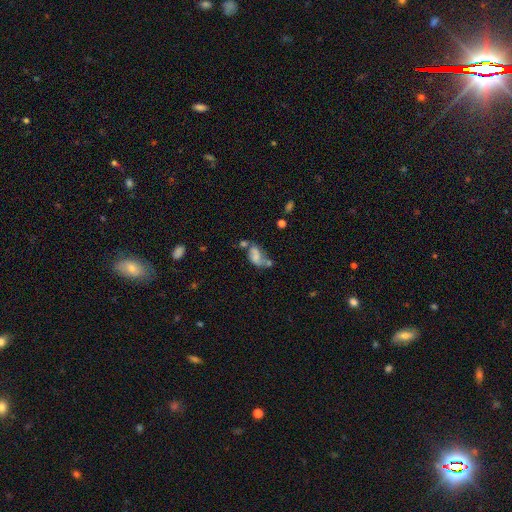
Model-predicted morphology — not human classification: type=smooth (53%); roundness=in between (88%); merging=merger (37%).